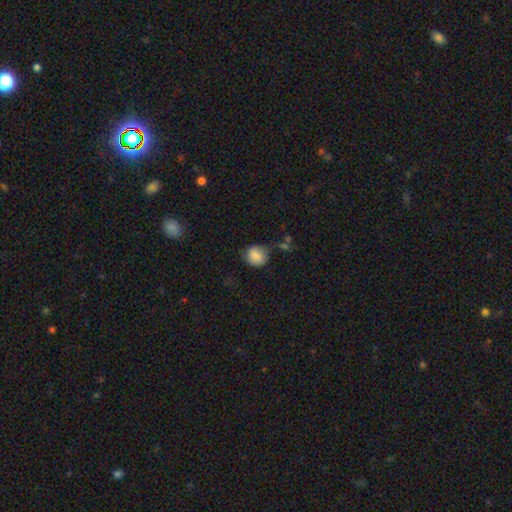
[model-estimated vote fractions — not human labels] Smooth or featured: smooth — 79% (featured or disk — 12%)
How rounded: round — 78% (in between — 21%)
Merging: none — 61% (minor disturbance — 26%)